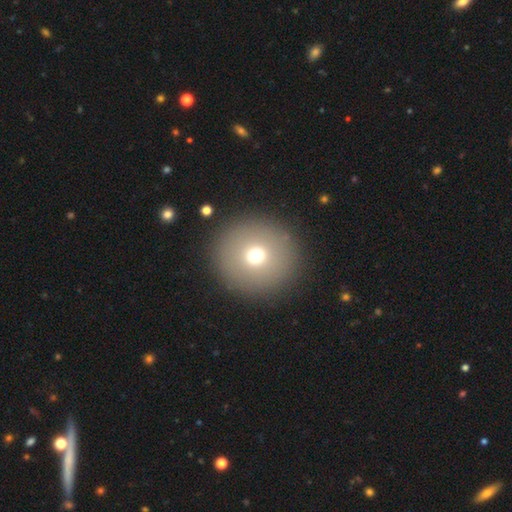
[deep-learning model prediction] This is likely a smooth galaxy (70%). How rounded: clearly round (93%). Merging: clearly none (90%).